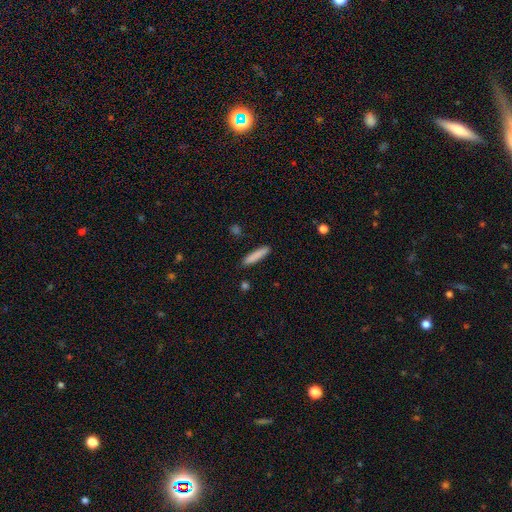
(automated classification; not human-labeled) The model was most divided on "how rounded": cigar-shaped: 86%, in between: 12%, round: 1%. More confident: merging — none (89%); smooth or featured — smooth (85%).